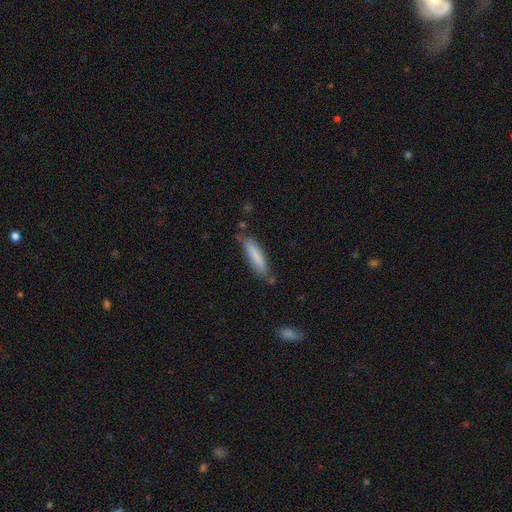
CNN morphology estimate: A smooth galaxy with no disk features (81%) that is cigar-shaped (82%).

Vote fractions:
- Smooth or featured? smooth: 81% / featured or disk: 14% / star or artifact: 6%
- How rounded? cigar-shaped: 82% / in between: 17% / round: 1%
- Merging? none: 73% / minor disturbance: 19% / merger: 4% / major disturbance: 4%